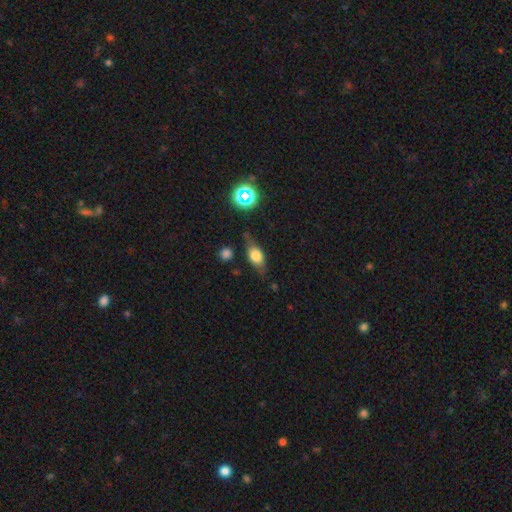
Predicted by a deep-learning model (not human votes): smooth-or-featured: smooth: 59% | featured or disk: 29% | star or artifact: 11%
  how-rounded: in between: 71% | cigar-shaped: 15% | round: 14%
  merging: none: 67% | minor disturbance: 22% | major disturbance: 7% | merger: 4%